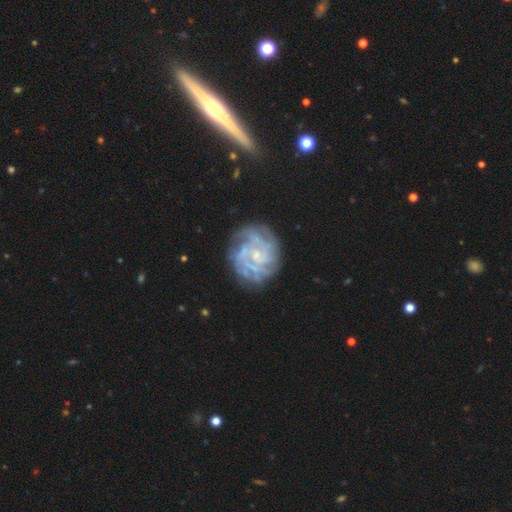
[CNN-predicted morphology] A featured or disk galaxy (84%) with no bar (66%), tight (71%) spiral arms (94%) and a small central bulge (70%).

Vote fractions:
- Smooth or featured? featured or disk: 84% / smooth: 9% / star or artifact: 7%
- Edge-on disk? no: 98% / yes: 2%
- Bar? no: 66% / weak: 27% / strong: 6%
- Spiral arms? yes: 94% / no: 6%
- Spiral winding? tight: 71% / medium: 24% / loose: 5%
- Spiral arm count? can't tell: 34% / 4: 20% / 3: 16% / 2: 12% / more than 4: 10% / 1: 7%
- Bulge size? small: 70% / moderate: 19% / none: 8% / large: 1% / dominant: 1%
- Merging? none: 75% / minor disturbance: 16% / major disturbance: 7% / merger: 2%